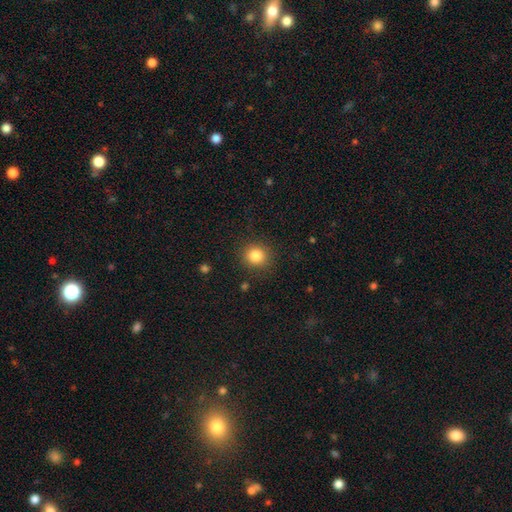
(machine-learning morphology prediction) A smooth galaxy with no disk features (84%) that is round (87%).

Vote fractions:
- Smooth or featured? smooth: 84% / star or artifact: 11% / featured or disk: 6%
- How rounded? round: 87% / in between: 12% / cigar-shaped: 1%
- Merging? none: 88% / minor disturbance: 8% / major disturbance: 3% / merger: 1%